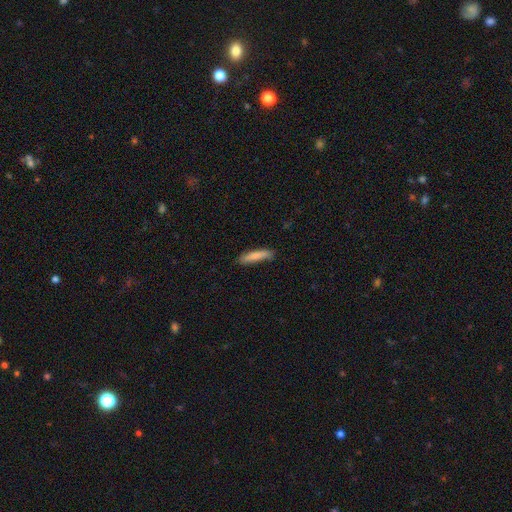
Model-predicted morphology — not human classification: Smooth or featured?
  - smooth: 82% *
  - featured or disk: 12%
  - star or artifact: 6%
How rounded?
  - cigar-shaped: 84% *
  - in between: 14%
  - round: 1%
Merging?
  - none: 81% *
  - minor disturbance: 15%
  - major disturbance: 3%
  - merger: 1%